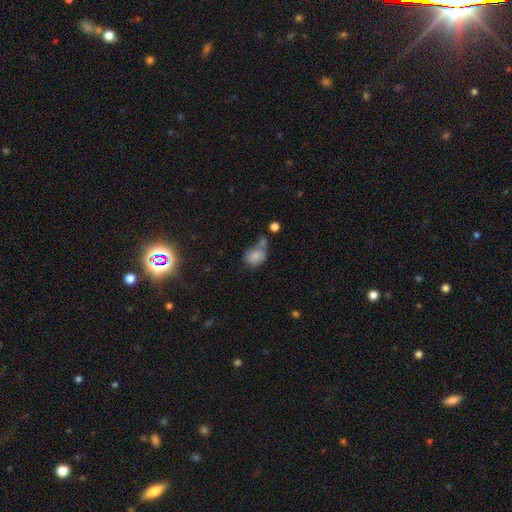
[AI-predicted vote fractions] Smooth or featured: smooth — 79% (featured or disk — 11%)
How rounded: round — 51% (in between — 48%)
Merging: none — 38% (merger — 30%)